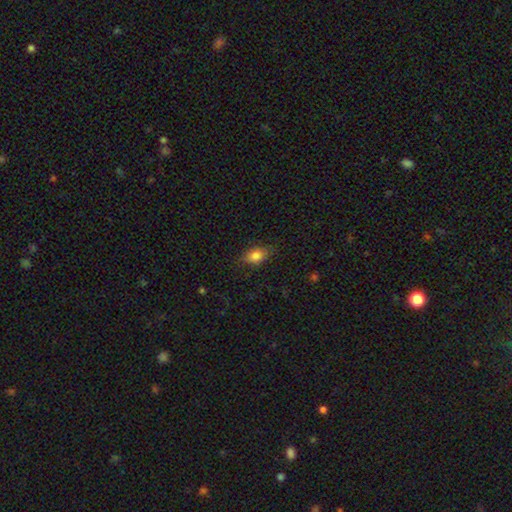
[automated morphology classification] A smooth galaxy with no disk features (81%) that is in between round and cigar-shaped (81%). Merging: none (80%).